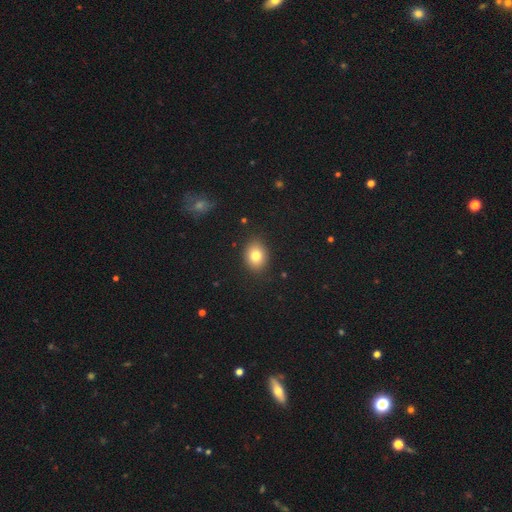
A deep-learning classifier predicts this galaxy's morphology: A smooth galaxy with no disk features (81%) that is in between round and cigar-shaped (57%).

Vote fractions:
- Smooth or featured? smooth: 81% / star or artifact: 10% / featured or disk: 9%
- How rounded? in between: 57% / round: 42% / cigar-shaped: 1%
- Merging? none: 88% / minor disturbance: 9% / major disturbance: 2% / merger: 1%